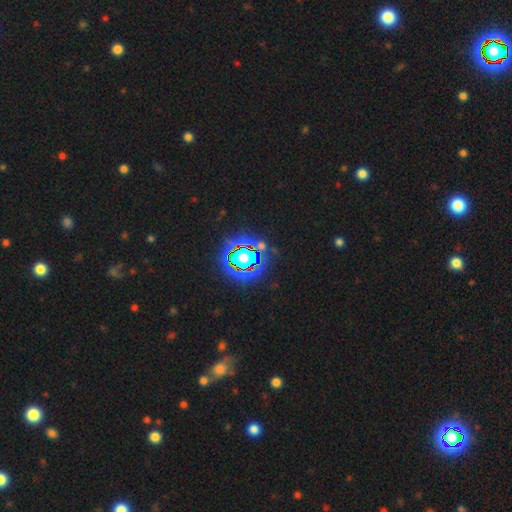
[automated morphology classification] This appears to be a star or artifact, not a galaxy (83%).